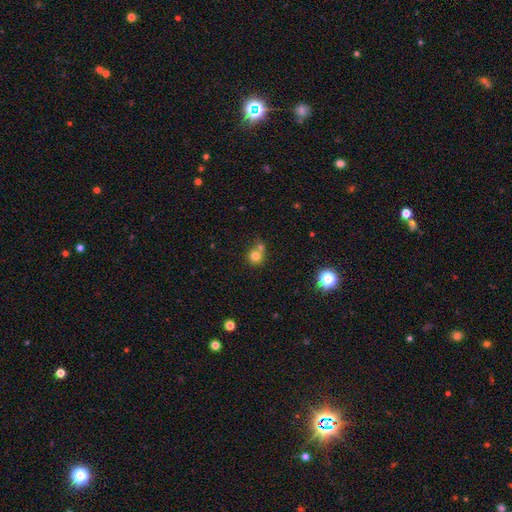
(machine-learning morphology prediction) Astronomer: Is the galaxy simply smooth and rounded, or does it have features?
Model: smooth — 78%.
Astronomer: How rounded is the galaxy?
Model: round — 89%.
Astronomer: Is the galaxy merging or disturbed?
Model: none — 50% (runner-up: merger, 38%).